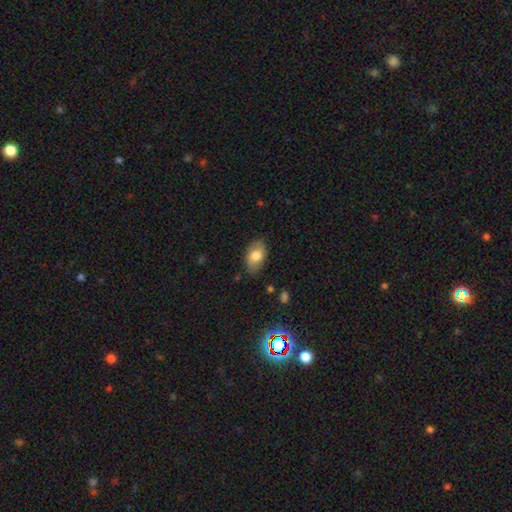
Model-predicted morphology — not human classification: The model was most divided on "smooth or featured": smooth: 74%, featured or disk: 19%, star or artifact: 7%. More confident: how rounded — in between (92%); merging — none (81%).